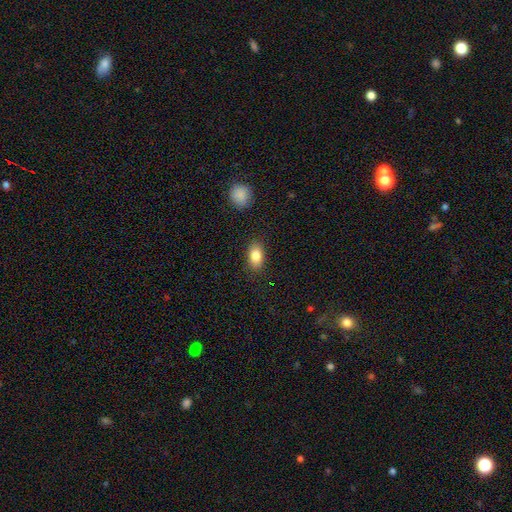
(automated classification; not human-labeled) Smooth or featured? smooth (85%)
How rounded? in between (89%)
Merging? none (86%)